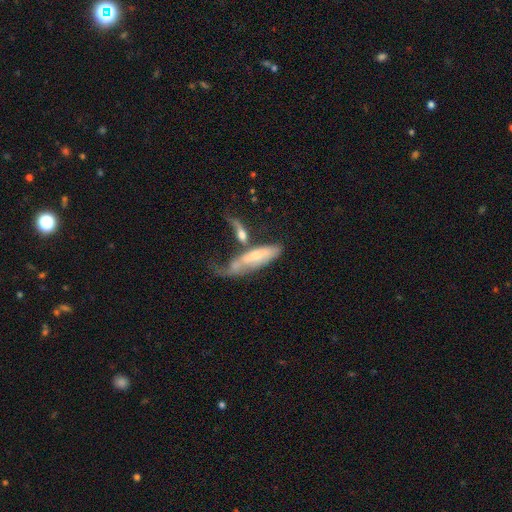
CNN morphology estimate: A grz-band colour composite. It shows a featured or disk galaxy (55%). Merging: merger (43%).